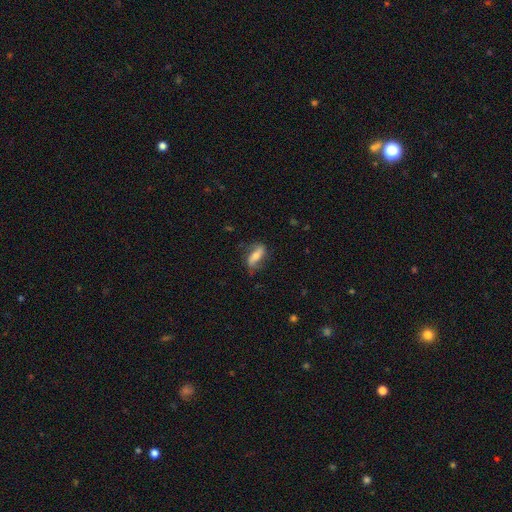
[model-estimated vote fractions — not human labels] Smooth or featured? Predicted: smooth (p=0.48). Merging? Predicted: none (p=0.69).